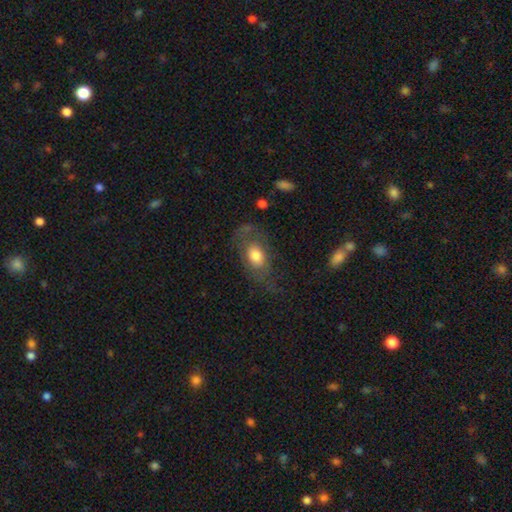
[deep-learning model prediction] The model was most divided on "smooth or featured": smooth: 56%, featured or disk: 36%, star or artifact: 8%. More confident: how rounded — in between (82%); merging — none (50%).